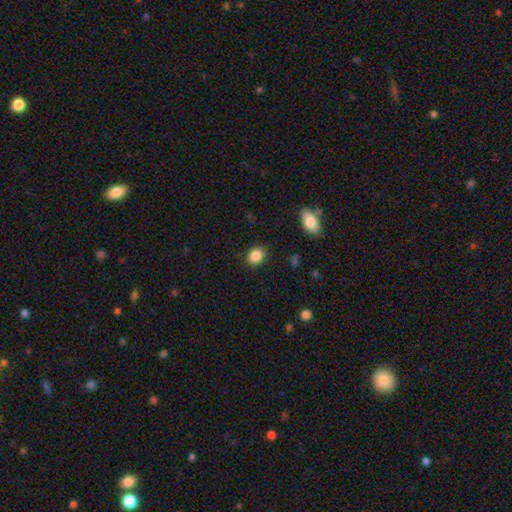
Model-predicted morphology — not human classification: smooth 87%, star or artifact 9%, featured or disk 4%. Down the decision tree: how rounded — in between (53%); merging — none (86%).